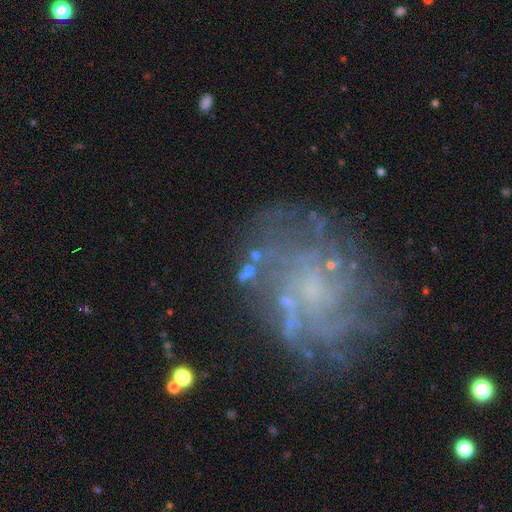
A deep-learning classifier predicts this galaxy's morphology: smooth_or_featured: featured or disk (p=0.59) [alt: star or artifact p=0.21]
disk_edge_on: no (p=0.97) [alt: yes p=0.03]
bar: no (p=0.79) [alt: weak p=0.15]
has_spiral_arms: yes (p=0.61) [alt: no p=0.39]
bulge_size: small (p=0.44) [alt: none p=0.35]
merging: none (p=0.61) [alt: minor disturbance p=0.18]